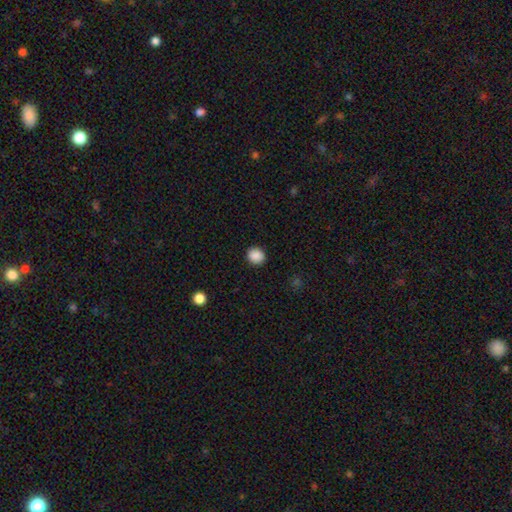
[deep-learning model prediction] Q: Smooth or featured?
A: smooth (88%); runner-up: star or artifact (9%)
Q: How rounded?
A: round (86%); runner-up: in between (13%)
Q: Merging?
A: none (92%); runner-up: minor disturbance (6%)